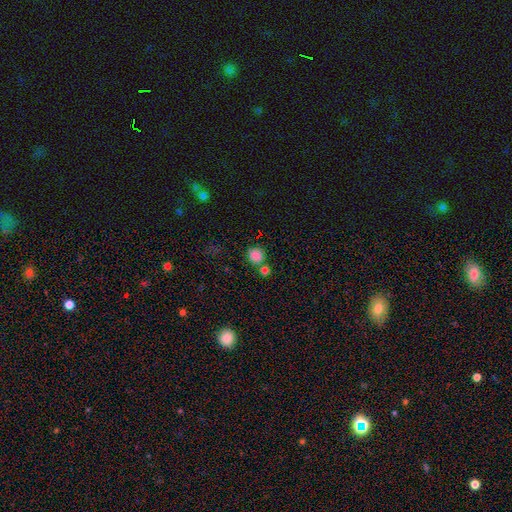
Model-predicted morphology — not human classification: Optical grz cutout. It shows a smooth galaxy with no disk features (83%) that is round (87%). Merging: none (70%).